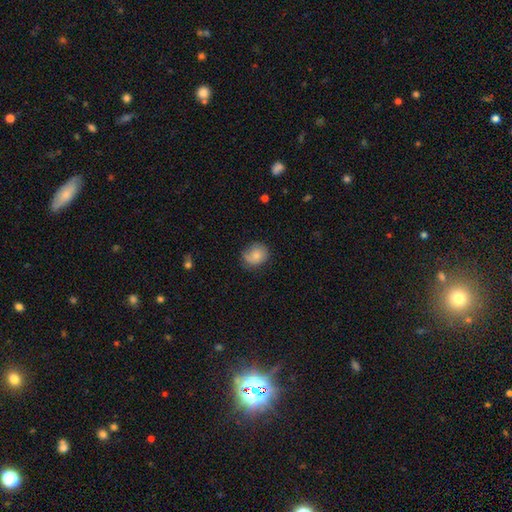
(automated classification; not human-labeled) The model was most divided on "how rounded": round: 68%, in between: 31%, cigar-shaped: 1%. More confident: smooth or featured — smooth (77%); merging — none (65%).